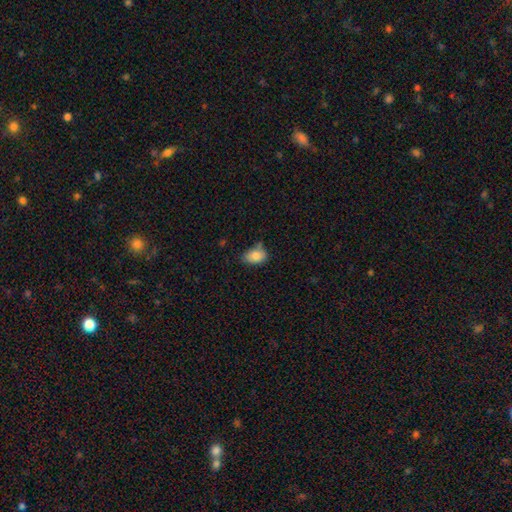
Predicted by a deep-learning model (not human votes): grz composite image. It shows a smooth galaxy with no disk features (83%) that is in between round and cigar-shaped (82%). Merging: none (58%).